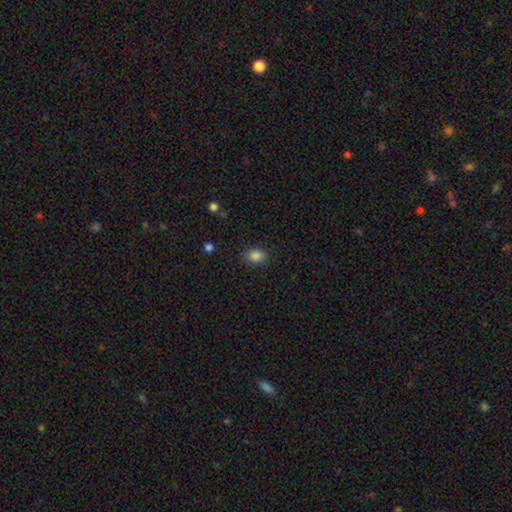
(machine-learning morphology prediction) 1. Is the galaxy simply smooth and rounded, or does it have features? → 85% smooth, 10% star or artifact, 4% featured or disk.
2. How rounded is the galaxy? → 67% in between, 32% round, 1% cigar-shaped.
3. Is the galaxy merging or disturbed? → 84% none, 11% minor disturbance, 3% major disturbance, 1% merger.